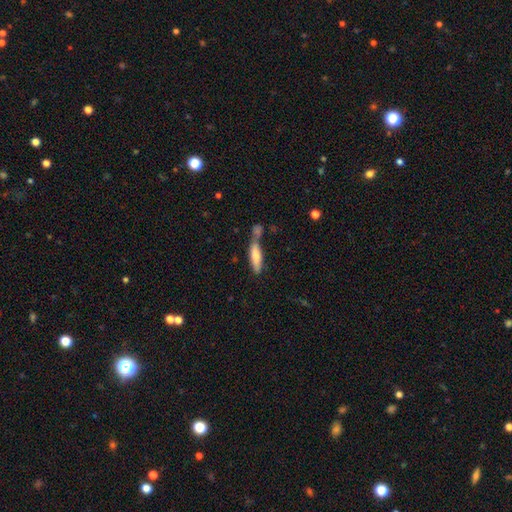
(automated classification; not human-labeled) Smooth or featured: smooth — 71% (featured or disk — 22%)
How rounded: cigar-shaped — 64% (in between — 34%)
Merging: none — 41% (merger — 37%)